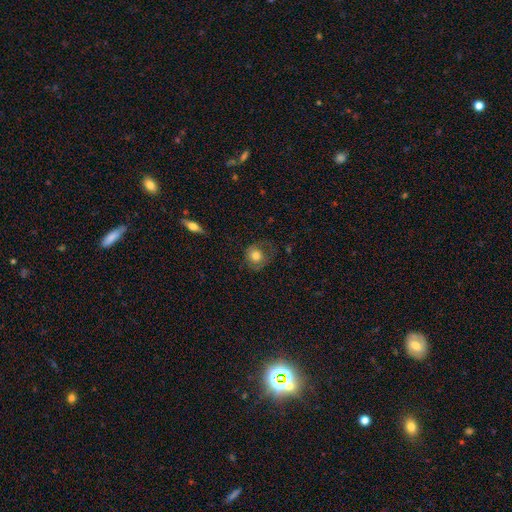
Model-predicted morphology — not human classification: smooth_or_featured: smooth (p=0.74) [alt: featured or disk p=0.17]
how_rounded: round (p=0.81) [alt: in between p=0.18]
merging: none (p=0.58) [alt: minor disturbance p=0.24]